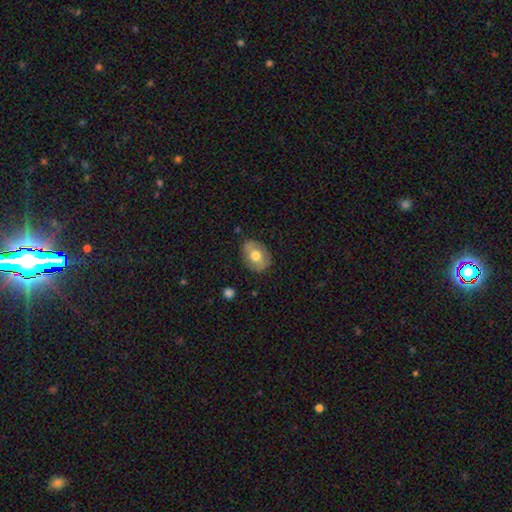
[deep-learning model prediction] Smooth or featured?
  - smooth: 56% *
  - featured or disk: 38%
  - star or artifact: 7%
How rounded?
  - in between: 67% *
  - round: 32%
  - cigar-shaped: 1%
Merging?
  - none: 79% *
  - minor disturbance: 15%
  - major disturbance: 4%
  - merger: 1%